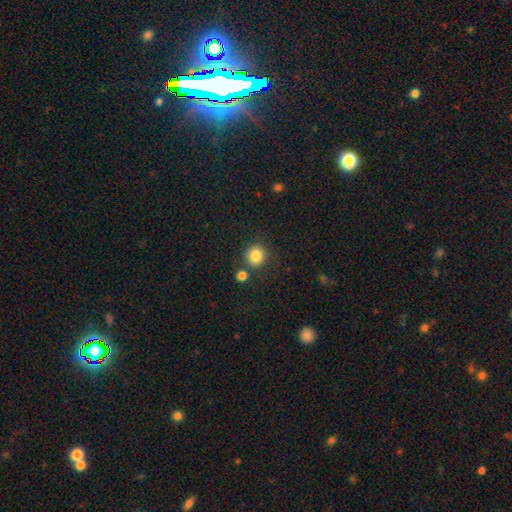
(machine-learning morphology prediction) Smooth or featured: smooth — 85% (star or artifact — 11%)
How rounded: round — 89% (in between — 10%)
Merging: none — 81% (minor disturbance — 8%)